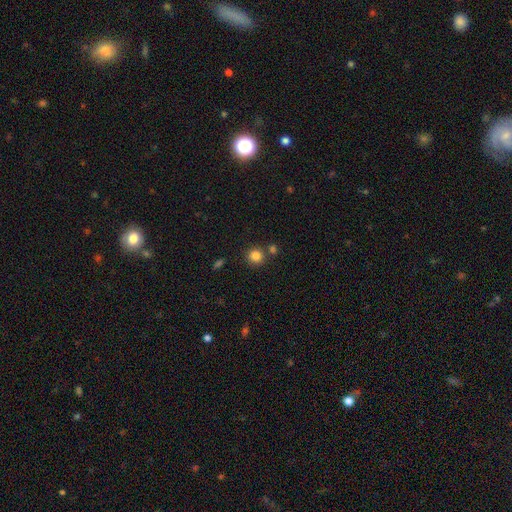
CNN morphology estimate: Smooth or featured: smooth — 84% (star or artifact — 11%)
How rounded: round — 90% (in between — 9%)
Merging: none — 76% (merger — 13%)